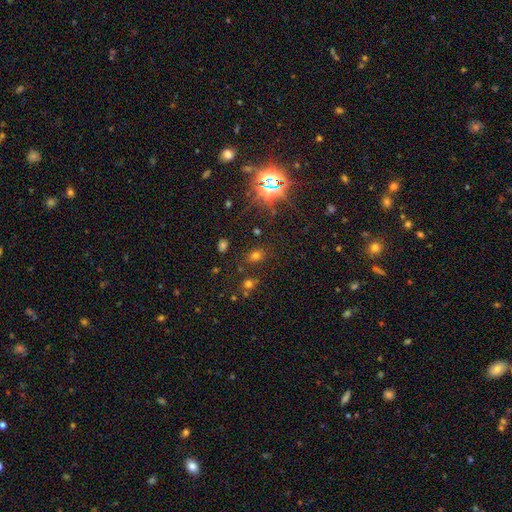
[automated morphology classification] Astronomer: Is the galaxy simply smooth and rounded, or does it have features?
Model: smooth — 55% (runner-up: star or artifact, 36%).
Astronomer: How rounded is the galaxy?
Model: in between — 53% (runner-up: round, 46%).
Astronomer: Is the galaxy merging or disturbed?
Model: none — 80%.